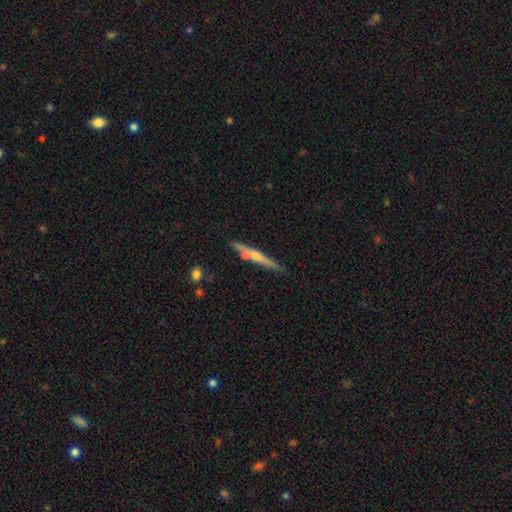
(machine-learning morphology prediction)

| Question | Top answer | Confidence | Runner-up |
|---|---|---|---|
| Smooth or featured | featured or disk | 64% | smooth (30%) |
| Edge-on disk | yes | 96% | no (4%) |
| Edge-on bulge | rounded | 75% | none (19%) |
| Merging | none | 79% | minor disturbance (11%) |